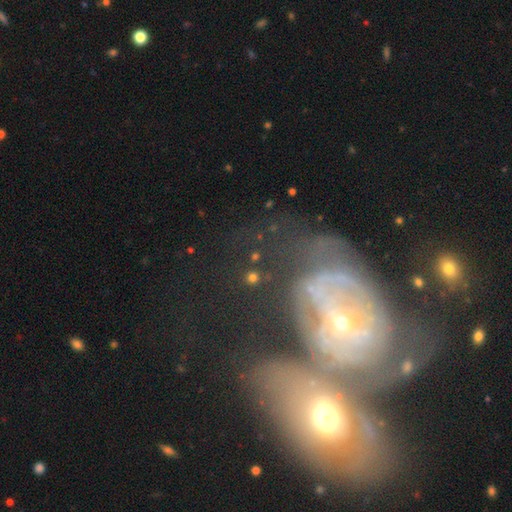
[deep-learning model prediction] This is possibly a featured or disk galaxy (52%). It is clearly not viewed edge-on (91%). Merging: possibly none (52%).